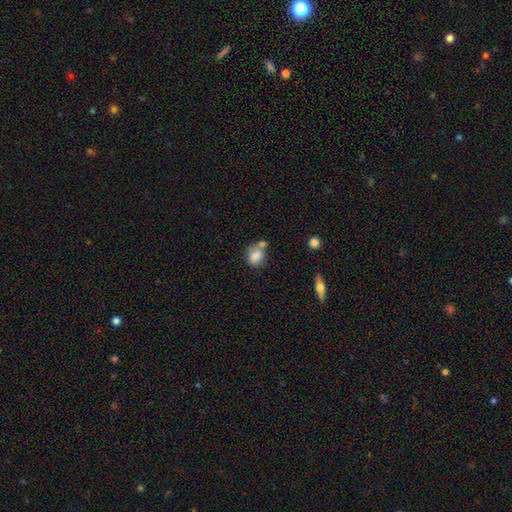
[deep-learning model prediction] smooth-or-featured: smooth: 76% | featured or disk: 14% | star or artifact: 9%
  how-rounded: in between: 58% | round: 40% | cigar-shaped: 2%
  merging: none: 38% | merger: 36% | minor disturbance: 19% | major disturbance: 7%